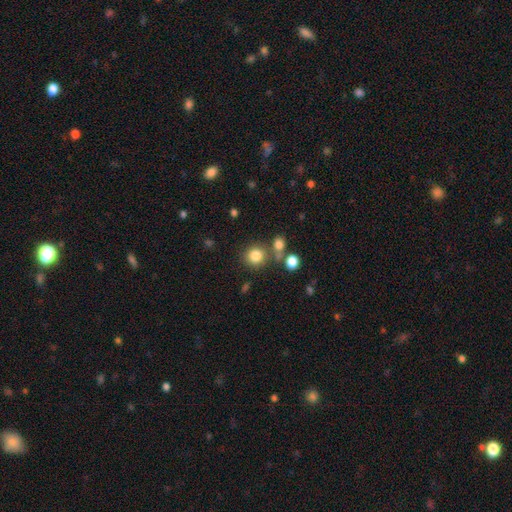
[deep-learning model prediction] smooth 81%, star or artifact 12%, featured or disk 6%. Down the decision tree: how rounded — round (88%); merging — none (73%).